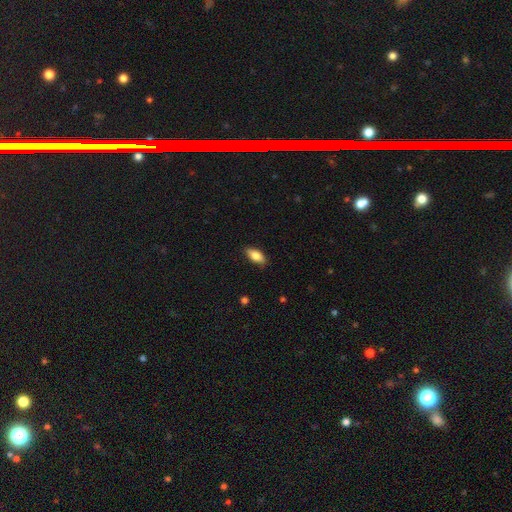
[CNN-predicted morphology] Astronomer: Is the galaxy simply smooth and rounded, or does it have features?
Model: smooth — 77%.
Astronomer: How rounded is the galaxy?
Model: in between — 83%.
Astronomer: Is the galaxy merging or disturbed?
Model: none — 85%.